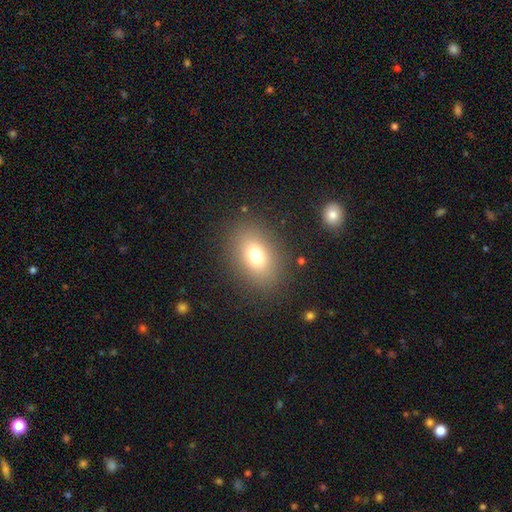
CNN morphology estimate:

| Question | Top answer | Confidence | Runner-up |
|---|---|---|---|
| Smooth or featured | smooth | 74% | star or artifact (14%) |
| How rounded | in between | 71% | round (28%) |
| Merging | none | 85% | minor disturbance (9%) |